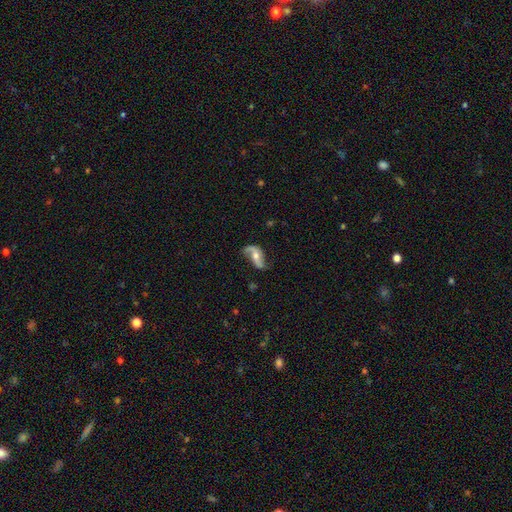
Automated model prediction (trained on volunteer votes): Overall: featured or disk (79%). Edge-on disk: no (95%). Bar: no (49%; weak 32%). Spiral arms: yes (93%). Spiral arm count: 2 (87%). Spiral winding: loose (76%). Bulge size: moderate (64%; small 27%). Merging: none (62%; minor disturbance 22%).